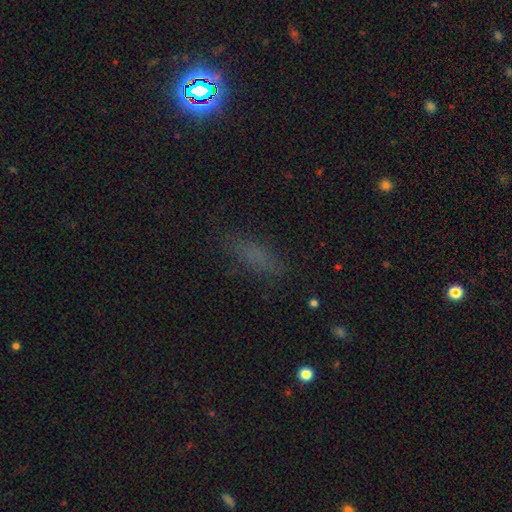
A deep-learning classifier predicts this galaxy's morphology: smooth 60%, star or artifact 26%, featured or disk 14%. Down the decision tree: how rounded — in between (54%); merging — none (77%).